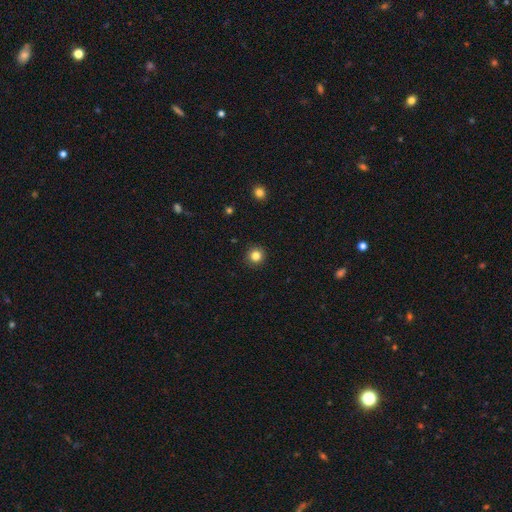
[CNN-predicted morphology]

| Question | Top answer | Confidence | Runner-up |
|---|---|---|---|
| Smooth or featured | smooth | 83% | star or artifact (12%) |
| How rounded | round | 95% | in between (5%) |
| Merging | none | 92% | minor disturbance (5%) |